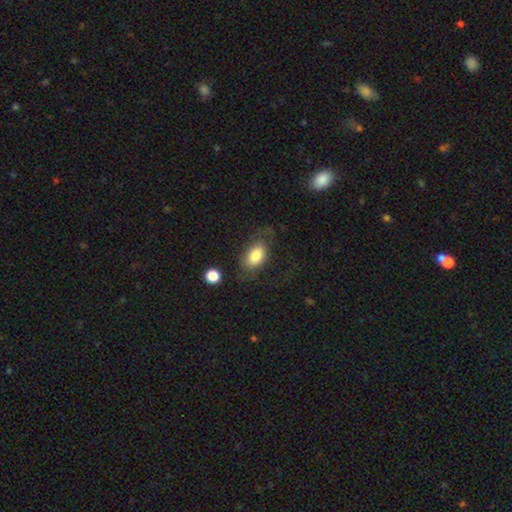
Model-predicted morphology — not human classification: A smooth galaxy with no disk features (75%) that is in between round and cigar-shaped (89%). Merging: none (56%).